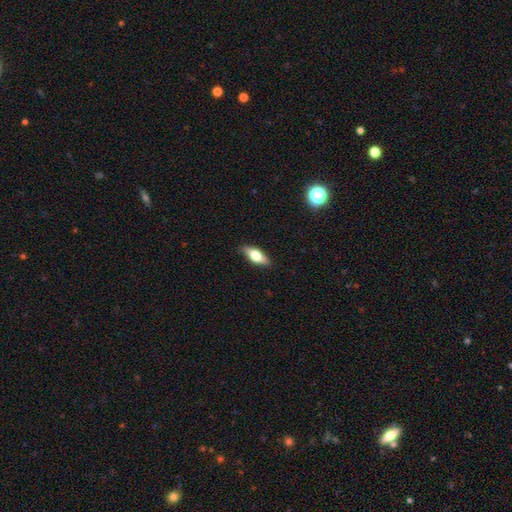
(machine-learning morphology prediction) Smooth or featured?
  - smooth: 63% *
  - featured or disk: 31%
  - star or artifact: 7%
How rounded?
  - in between: 73% *
  - cigar-shaped: 24%
  - round: 3%
Merging?
  - none: 85% *
  - minor disturbance: 11%
  - major disturbance: 2%
  - merger: 1%